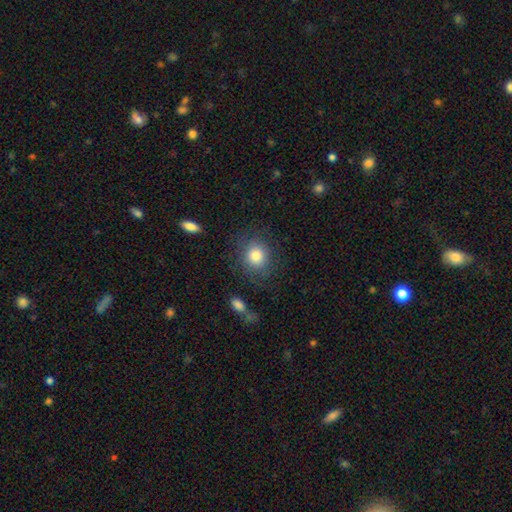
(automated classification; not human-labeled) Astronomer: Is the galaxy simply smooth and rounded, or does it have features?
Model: smooth — 82%.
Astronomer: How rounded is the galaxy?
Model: round — 72%.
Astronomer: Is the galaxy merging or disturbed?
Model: none — 76%.